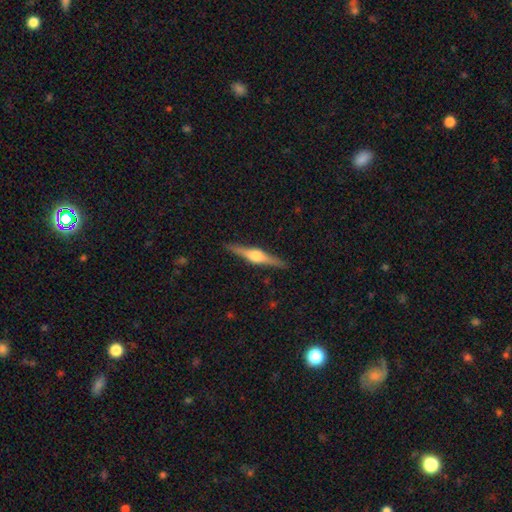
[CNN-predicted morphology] type=featured or disk (78%); edge-on=yes (98%); edge-on bulge=rounded (91%); merging=none (91%).